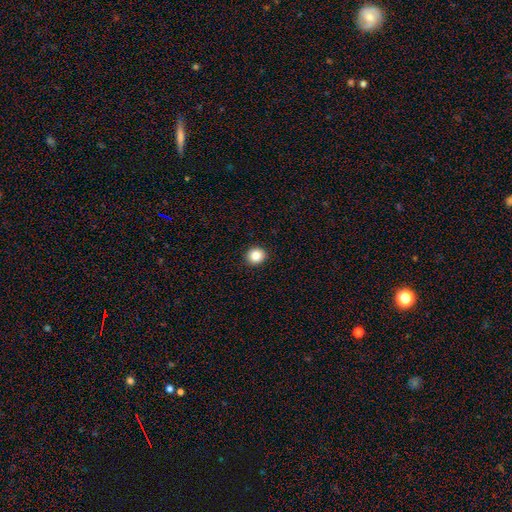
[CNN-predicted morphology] Smooth or featured?
  - smooth: 85% *
  - star or artifact: 10%
  - featured or disk: 5%
How rounded?
  - round: 87% *
  - in between: 12%
  - cigar-shaped: 1%
Merging?
  - none: 93% *
  - minor disturbance: 5%
  - major disturbance: 1%
  - merger: 1%